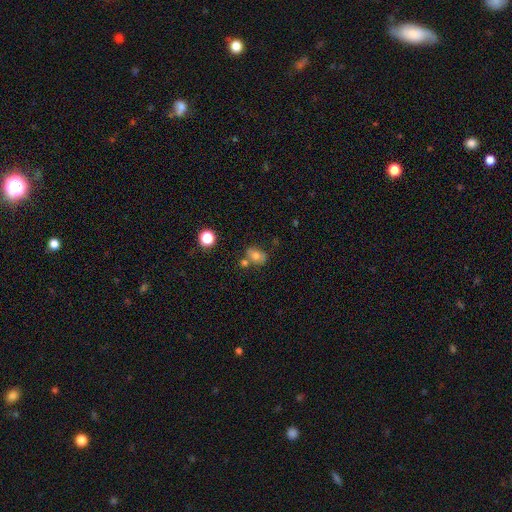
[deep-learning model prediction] smooth-or-featured: smooth: 68% | featured or disk: 19% | star or artifact: 13%
  how-rounded: in between: 60% | round: 39% | cigar-shaped: 1%
  merging: none: 54% | merger: 23% | minor disturbance: 17% | major disturbance: 6%